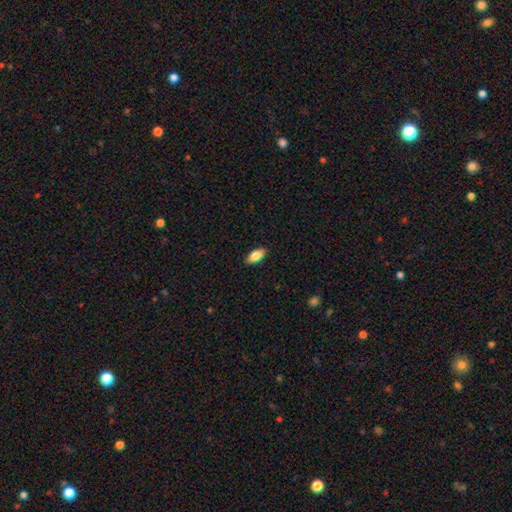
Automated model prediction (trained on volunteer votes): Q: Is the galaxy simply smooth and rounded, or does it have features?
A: smooth — 82%.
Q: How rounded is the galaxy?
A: in between — 89%.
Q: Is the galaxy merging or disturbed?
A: none — 88%.